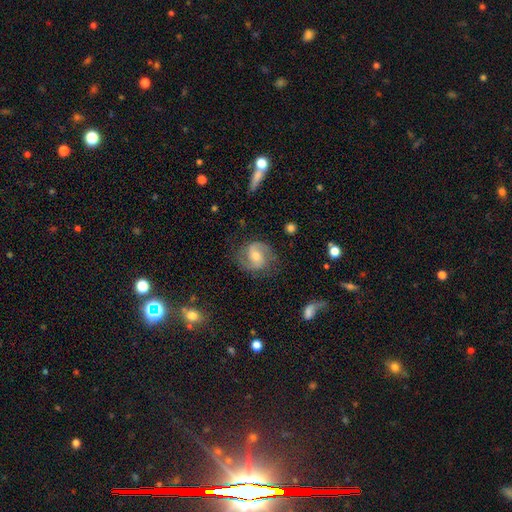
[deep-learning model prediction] smooth-or-featured: featured or disk: 85% | smooth: 9% | star or artifact: 6%
  disk-edge-on: no: 98% | yes: 2%
    bar: weak: 44% | no: 41% | strong: 14%
    has-spiral-arms: yes: 96% | no: 4%
      spiral-winding: medium: 54% | tight: 28% | loose: 19%
      spiral-arm-count: 2: 91% | can't tell: 3% | 3: 2% | 1: 2% | 4: 1% | more than 4: 1%
    bulge-size: moderate: 61% | small: 32% | large: 4% | none: 2% | dominant: 1%
  merging: none: 80% | minor disturbance: 14% | major disturbance: 5% | merger: 1%